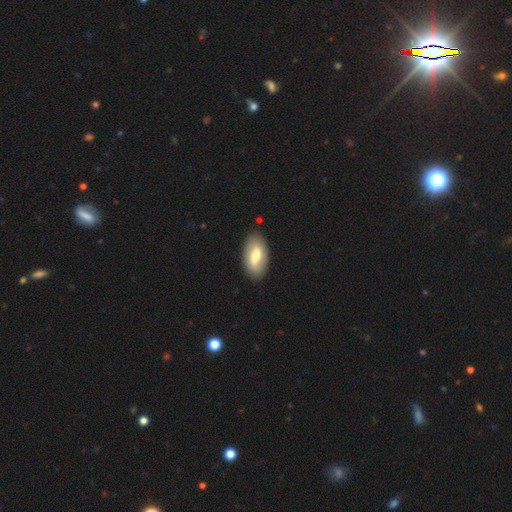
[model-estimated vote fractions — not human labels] Overall: smooth (58%; featured or disk 36%). How rounded: in between (93%). Merging: none (86%).